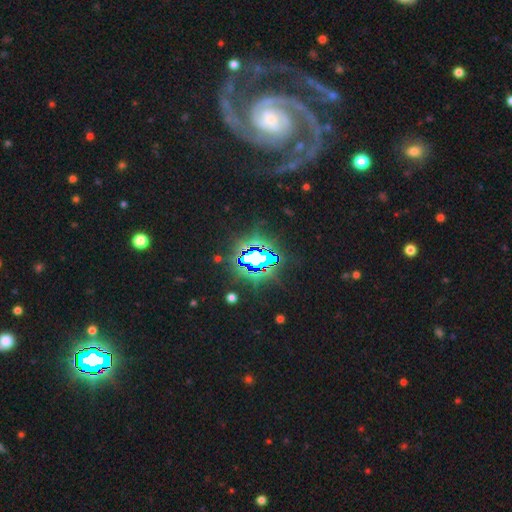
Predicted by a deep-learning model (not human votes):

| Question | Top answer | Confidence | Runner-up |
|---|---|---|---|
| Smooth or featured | star or artifact | 80% | featured or disk (10%) |